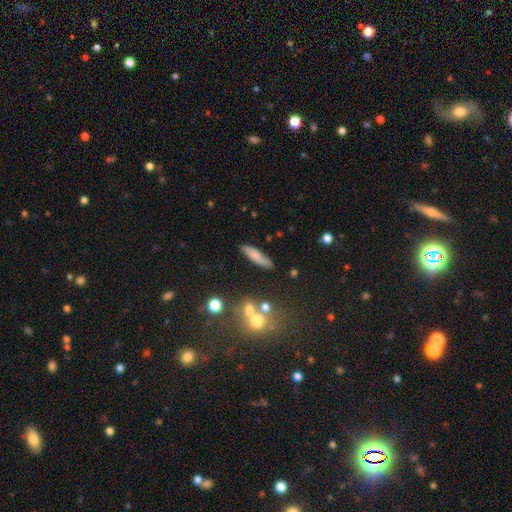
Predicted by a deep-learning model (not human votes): smooth 72%, featured or disk 21%, star or artifact 8%. Down the decision tree: how rounded — cigar-shaped (73%); merging — none (79%).